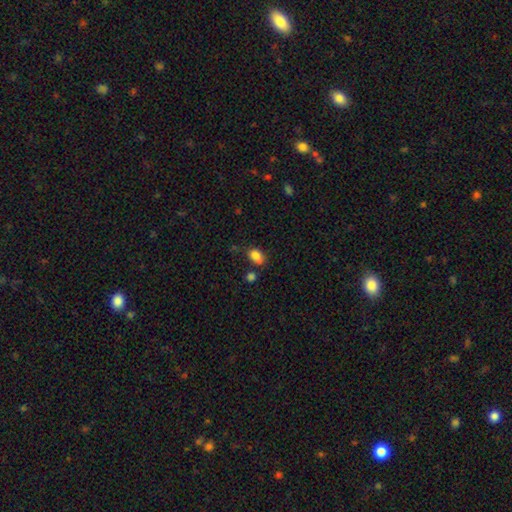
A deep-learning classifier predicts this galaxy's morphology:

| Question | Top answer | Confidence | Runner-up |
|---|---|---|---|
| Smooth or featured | smooth | 85% | star or artifact (9%) |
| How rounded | in between | 84% | round (14%) |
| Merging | none | 65% | minor disturbance (21%) |